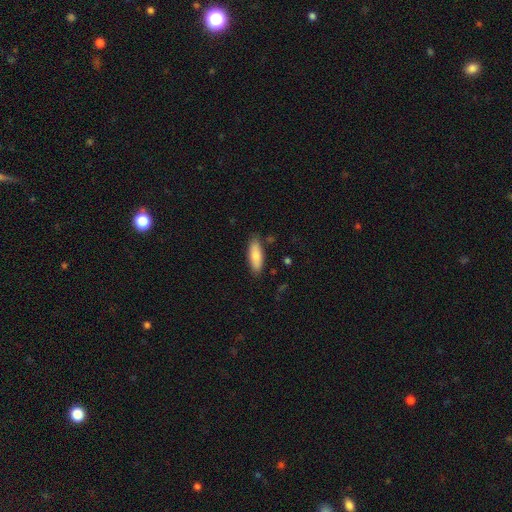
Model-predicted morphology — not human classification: Smooth or featured?
  - smooth: 81% *
  - featured or disk: 13%
  - star or artifact: 6%
How rounded?
  - in between: 62% *
  - cigar-shaped: 36%
  - round: 2%
Merging?
  - none: 83% *
  - minor disturbance: 13%
  - major disturbance: 2%
  - merger: 2%